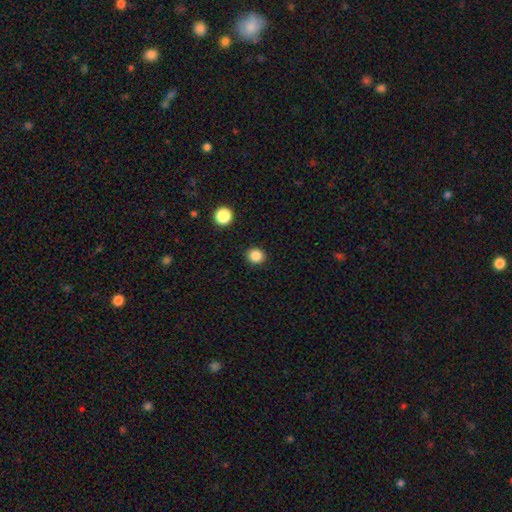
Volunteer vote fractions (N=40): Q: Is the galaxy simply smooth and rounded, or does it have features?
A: smooth — 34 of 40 (85%).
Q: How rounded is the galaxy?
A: round — 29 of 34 (85%).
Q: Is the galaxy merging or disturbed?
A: none — 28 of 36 (78%).